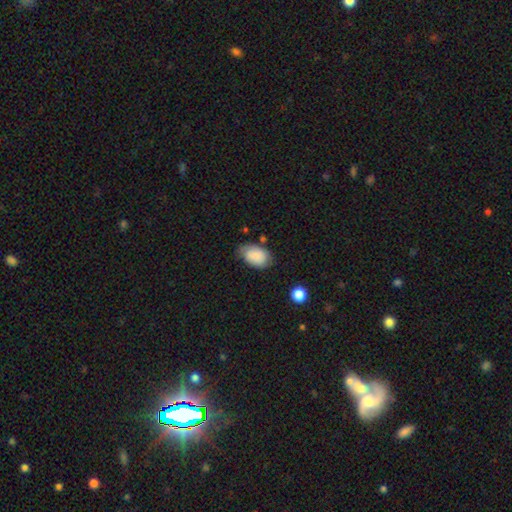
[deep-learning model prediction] smooth 85%, featured or disk 8%, star or artifact 7%. Down the decision tree: how rounded — in between (89%); merging — none (63%).